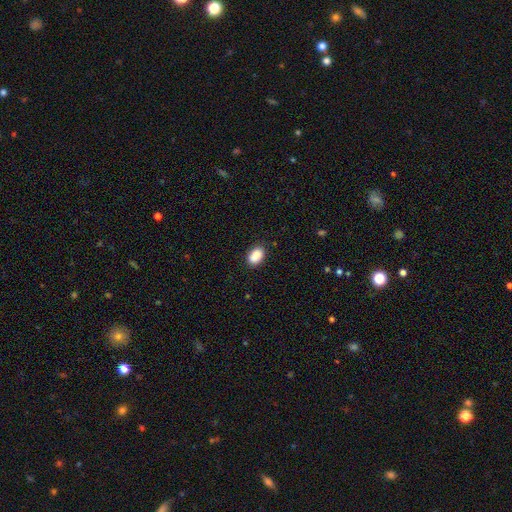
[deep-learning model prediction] Smooth or featured: smooth — 89% (star or artifact — 7%)
How rounded: in between — 89% (round — 10%)
Merging: none — 85% (minor disturbance — 11%)